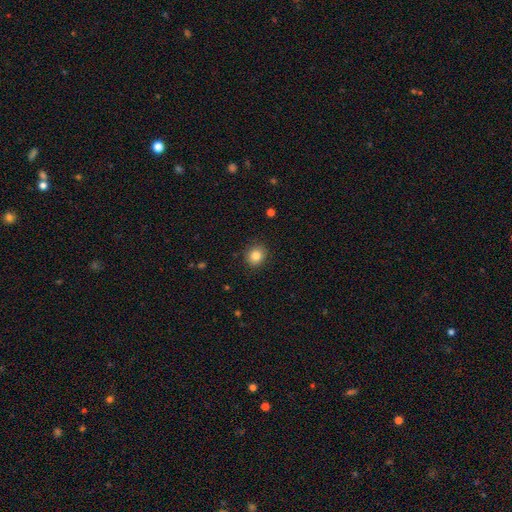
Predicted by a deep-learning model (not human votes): smooth 83%, star or artifact 11%, featured or disk 7%. Down the decision tree: how rounded — round (82%); merging — none (90%).